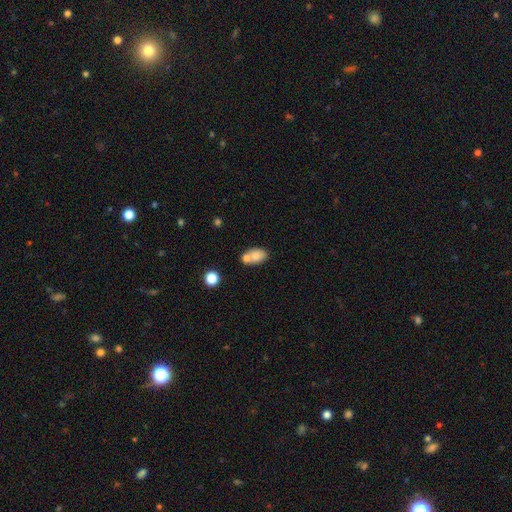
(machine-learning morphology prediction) Smooth or featured?
  - smooth: 75% *
  - featured or disk: 16%
  - star or artifact: 9%
How rounded?
  - in between: 82% *
  - round: 16%
  - cigar-shaped: 2%
Merging?
  - none: 47% *
  - merger: 36%
  - minor disturbance: 13%
  - major disturbance: 4%